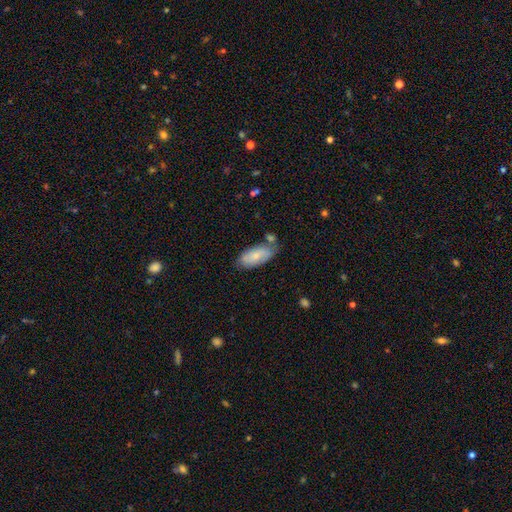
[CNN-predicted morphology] This is likely a smooth galaxy (76%). How rounded: clearly in between (89%). Merging: likely none (67%).